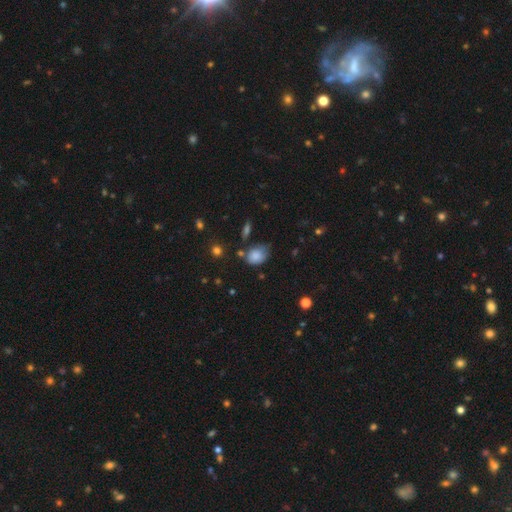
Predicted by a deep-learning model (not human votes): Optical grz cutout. It shows a smooth galaxy with no disk features (82%) that is in between round and cigar-shaped (59%). Merging: none (49%).